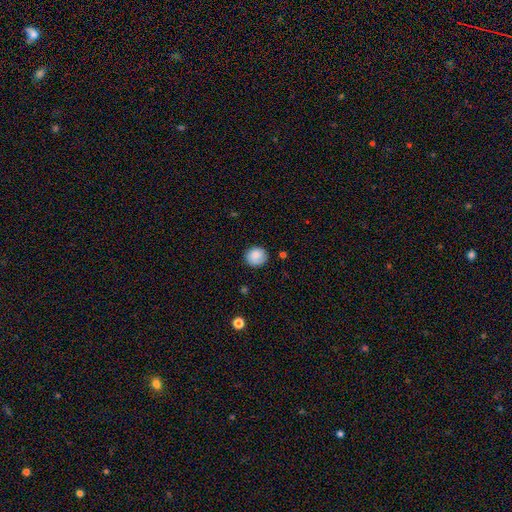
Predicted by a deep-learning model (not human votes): smooth-or-featured: smooth: 85% | star or artifact: 8% | featured or disk: 7%
  how-rounded: round: 83% | in between: 16% | cigar-shaped: 1%
  merging: none: 83% | minor disturbance: 13% | major disturbance: 3% | merger: 1%